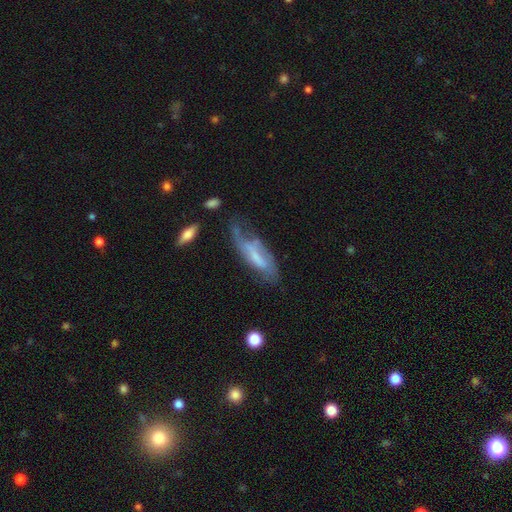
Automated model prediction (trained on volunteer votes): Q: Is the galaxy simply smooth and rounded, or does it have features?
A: featured or disk — 54%.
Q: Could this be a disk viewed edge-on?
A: no — 73%.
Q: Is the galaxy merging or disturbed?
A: none — 34%.